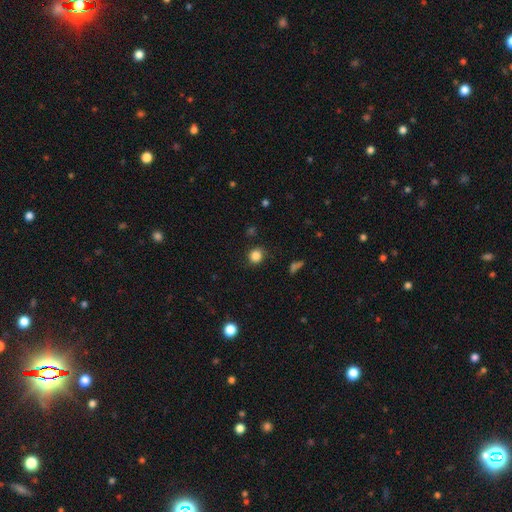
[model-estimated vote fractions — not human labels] Smooth or featured? Predicted: smooth (p=0.84). How rounded? Predicted: round (p=0.87). Merging? Predicted: none (p=0.85).